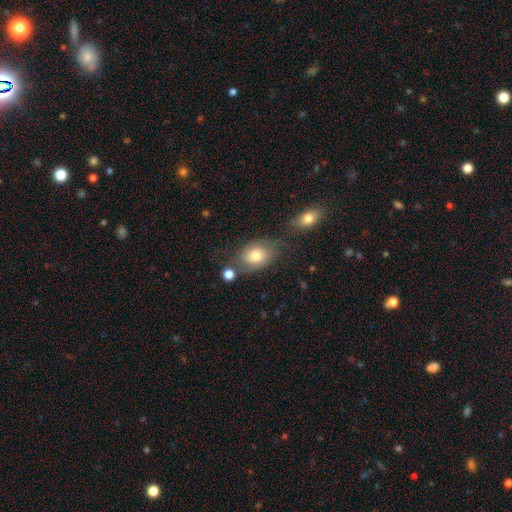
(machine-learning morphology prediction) Smooth or featured: smooth — 71% (featured or disk — 20%)
How rounded: in between — 72% (round — 27%)
Merging: none — 56% (minor disturbance — 22%)